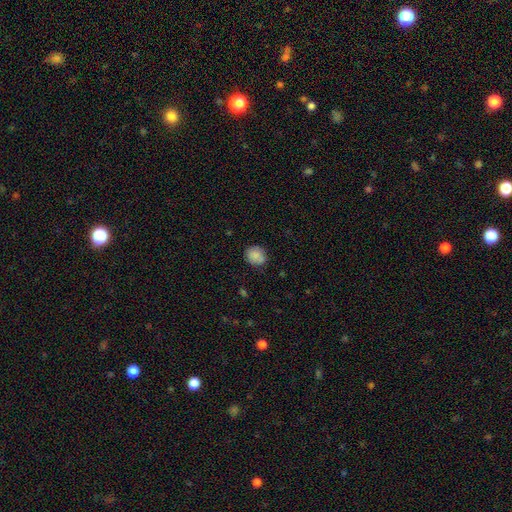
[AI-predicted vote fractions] Smooth or featured? smooth (85%)
How rounded? round (79%)
Merging? none (77%)